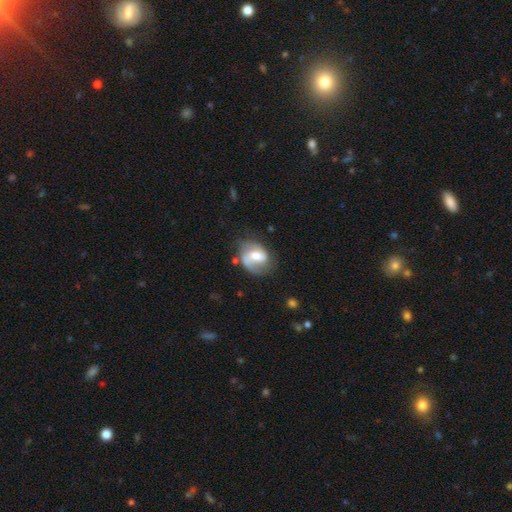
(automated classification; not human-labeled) The model was most divided on "bar": weak: 44%, no: 38%, strong: 18%. More confident: edge-on disk — no (96%); spiral arms — yes (77%); bulge size — moderate (58%); smooth or featured — featured or disk (53%); merging — none (51%).